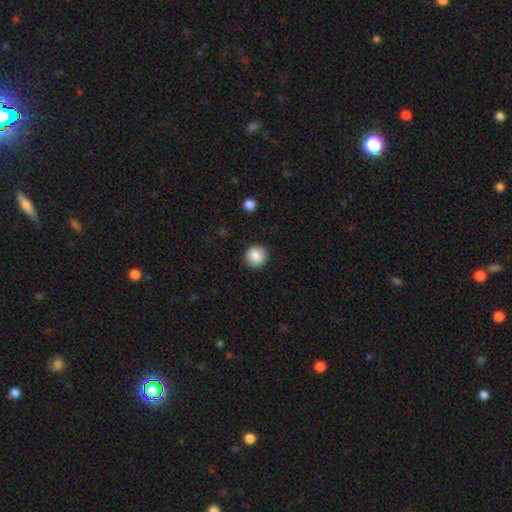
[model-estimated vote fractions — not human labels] Q: Smooth or featured?
A: smooth (88%); runner-up: star or artifact (8%)
Q: How rounded?
A: round (94%); runner-up: in between (5%)
Q: Merging?
A: none (91%); runner-up: minor disturbance (6%)